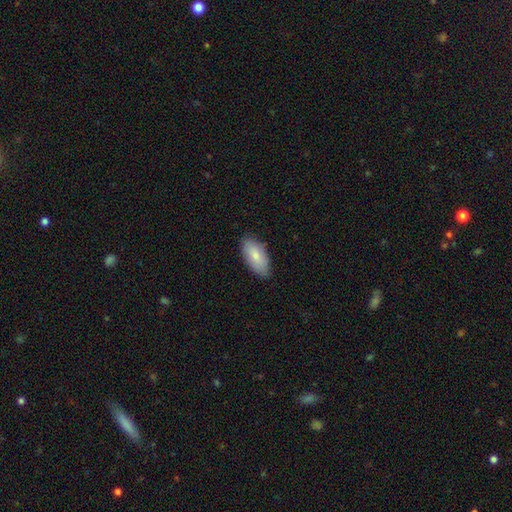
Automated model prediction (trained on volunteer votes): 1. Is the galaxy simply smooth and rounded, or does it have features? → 81% smooth, 14% featured or disk, 6% star or artifact.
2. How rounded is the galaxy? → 91% in between, 6% cigar-shaped, 2% round.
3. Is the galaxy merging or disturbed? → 81% none, 15% minor disturbance, 2% major disturbance, 1% merger.